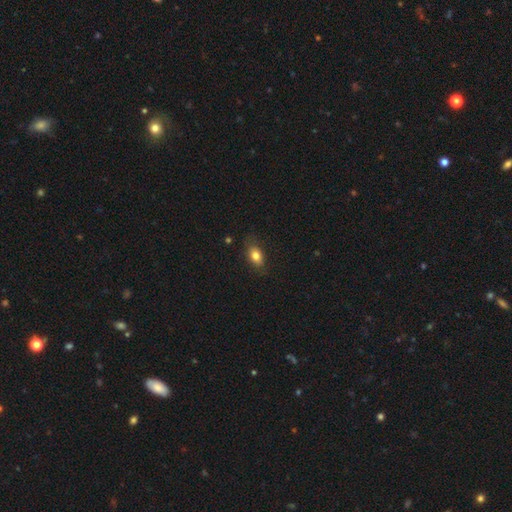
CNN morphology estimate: type=smooth (81%); roundness=in between (84%); merging=none (77%).